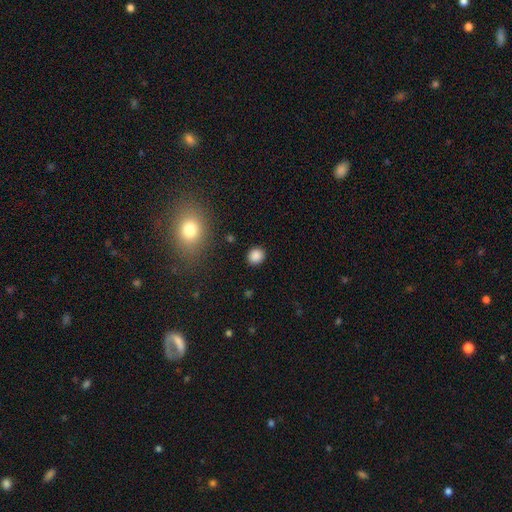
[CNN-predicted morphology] This is clearly a smooth galaxy (86%). How rounded: likely round (73%). Merging: clearly none (89%).